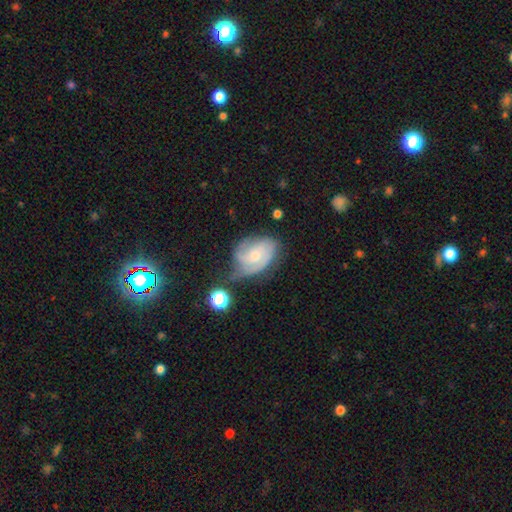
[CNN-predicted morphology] A featured or disk galaxy (70%) with no bar (63%), 2 (39%) tight (45%) spiral arms (89%) and a moderate central bulge (47%). Merging: none (39%).